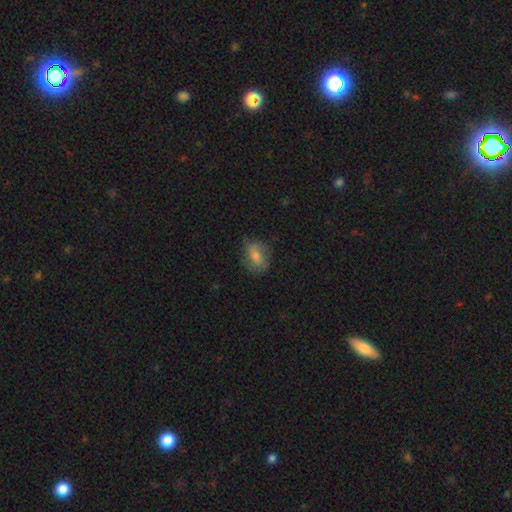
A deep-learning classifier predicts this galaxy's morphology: smooth_or_featured: smooth (p=0.67) [alt: featured or disk p=0.25]
how_rounded: in between (p=0.72) [alt: round p=0.25]
merging: none (p=0.69) [alt: minor disturbance p=0.22]